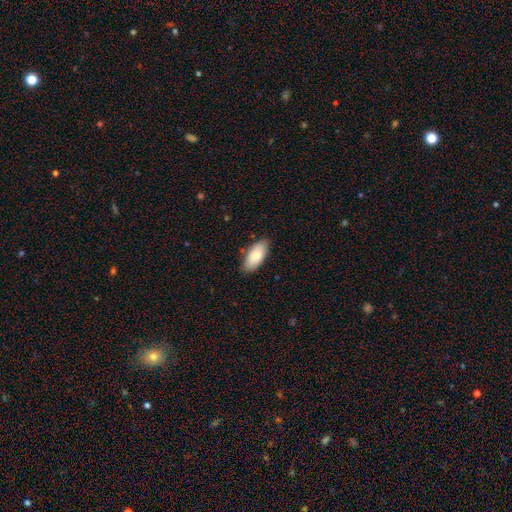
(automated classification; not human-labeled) The model was most divided on "merging": none: 83%, minor disturbance: 13%, major disturbance: 2%, merger: 1%. More confident: how rounded — in between (90%); smooth or featured — smooth (84%).